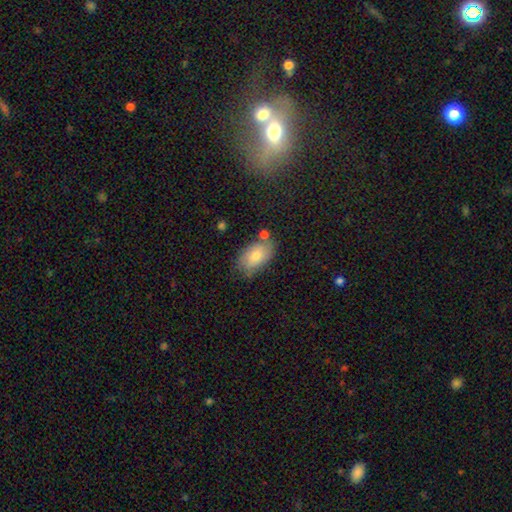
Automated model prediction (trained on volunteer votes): Q: Smooth or featured?
A: smooth (69%); runner-up: featured or disk (24%)
Q: How rounded?
A: in between (92%); runner-up: round (6%)
Q: Merging?
A: none (64%); runner-up: minor disturbance (21%)